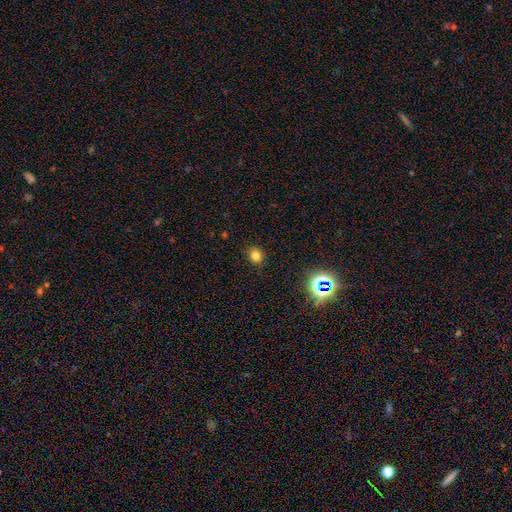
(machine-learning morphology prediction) This appears to be a smooth galaxy with no disk features (77%) that is round (70%). Merging: none (88%).